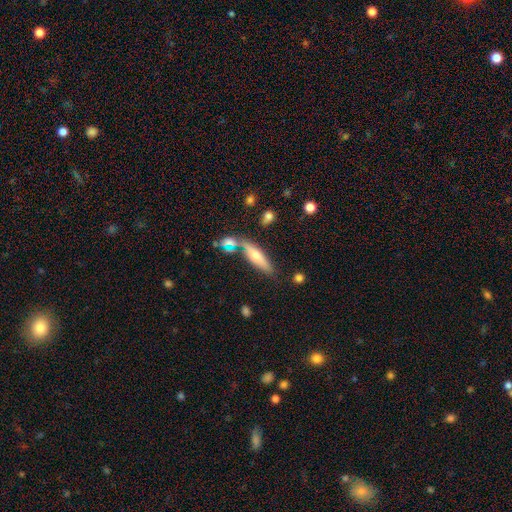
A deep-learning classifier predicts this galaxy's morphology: Smooth or featured? Predicted: smooth (p=0.52). How rounded? Predicted: cigar-shaped (p=0.65). Merging? Predicted: none (p=0.61).